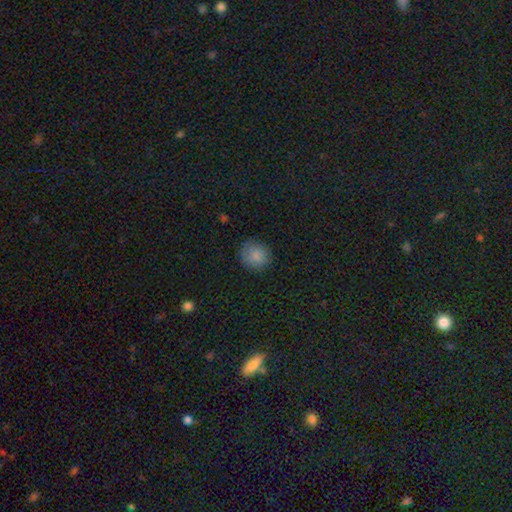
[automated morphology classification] This is clearly a smooth galaxy (85%). How rounded: clearly round (86%). Merging: clearly none (85%).